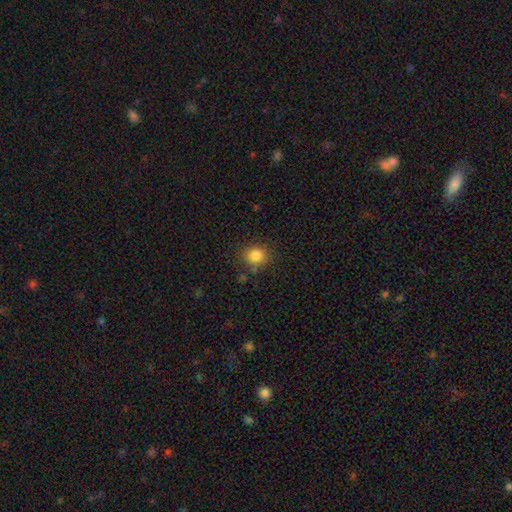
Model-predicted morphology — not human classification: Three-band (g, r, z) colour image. It shows a smooth galaxy with no disk features (83%) that is round (80%). Merging: none (81%).